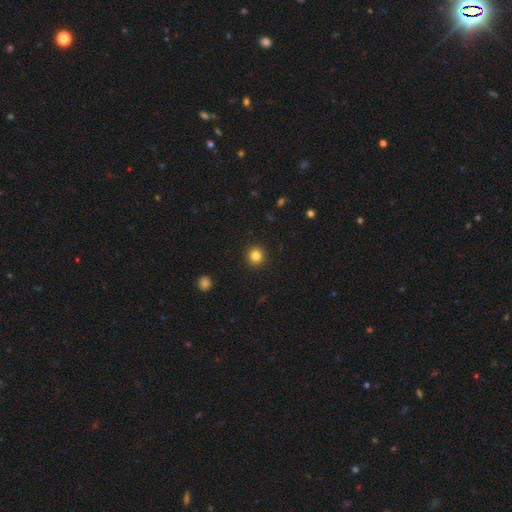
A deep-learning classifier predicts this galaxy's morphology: type=smooth (83%); roundness=round (92%); merging=none (93%).